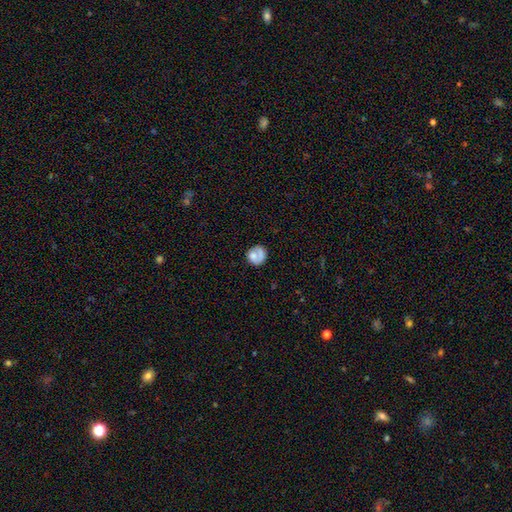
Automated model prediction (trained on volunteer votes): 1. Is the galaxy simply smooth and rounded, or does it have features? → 65% smooth, 27% featured or disk, 8% star or artifact.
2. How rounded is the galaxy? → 84% round, 15% in between, 1% cigar-shaped.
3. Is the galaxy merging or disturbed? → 65% none, 20% minor disturbance, 10% major disturbance, 6% merger.